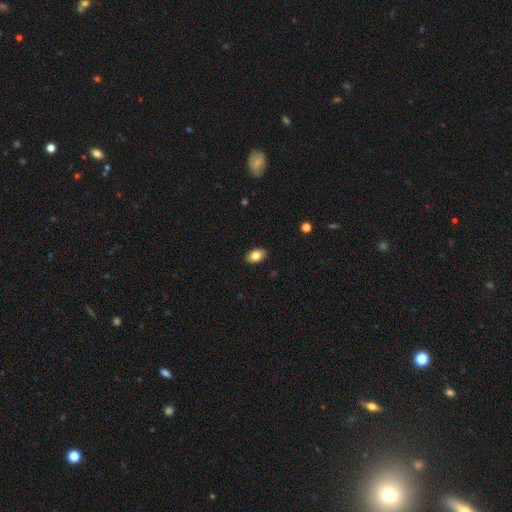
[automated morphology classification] smooth 81%, featured or disk 11%, star or artifact 8%. Down the decision tree: how rounded — in between (89%); merging — none (89%).